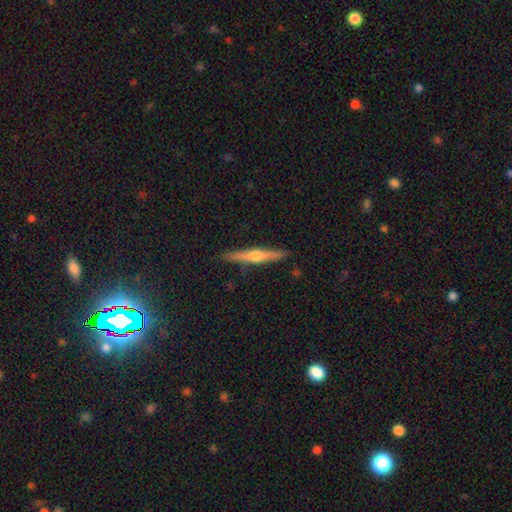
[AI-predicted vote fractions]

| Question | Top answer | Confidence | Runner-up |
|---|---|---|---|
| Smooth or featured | featured or disk | 69% | smooth (25%) |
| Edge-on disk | yes | 98% | no (2%) |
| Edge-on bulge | rounded | 91% | none (5%) |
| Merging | none | 91% | minor disturbance (7%) |